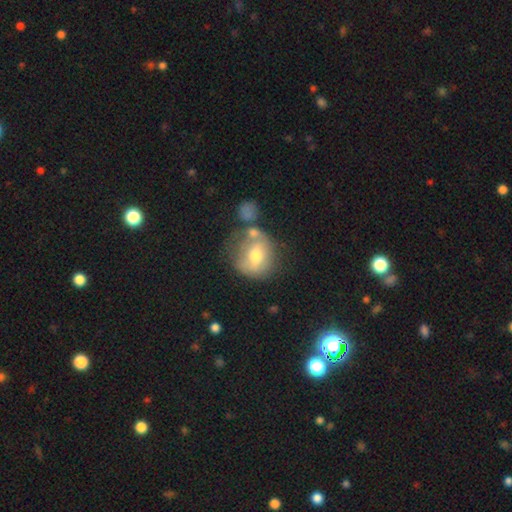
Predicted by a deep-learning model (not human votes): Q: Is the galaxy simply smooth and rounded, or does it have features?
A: smooth — 55%.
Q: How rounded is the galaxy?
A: round — 73%.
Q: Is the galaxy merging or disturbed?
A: none — 40%.